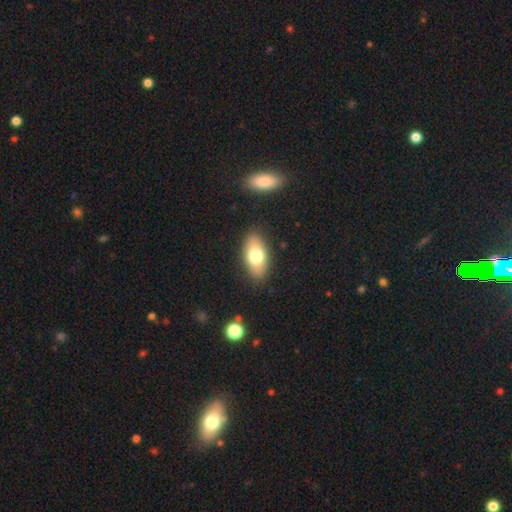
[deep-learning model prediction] smooth 71%, featured or disk 21%, star or artifact 7%. Down the decision tree: how rounded — in between (90%); merging — none (86%).